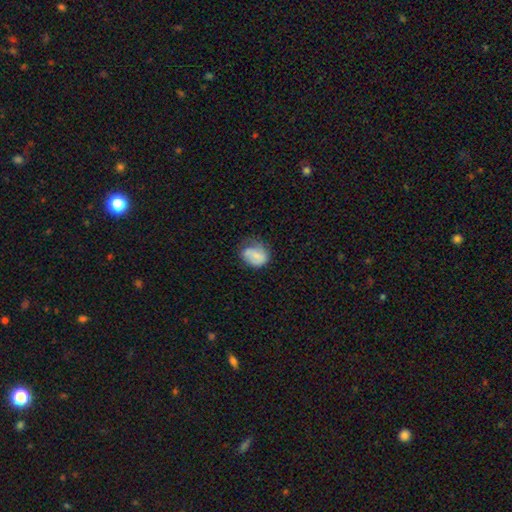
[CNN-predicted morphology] A smooth galaxy with no disk features (67%) that is in between round and cigar-shaped (52%). Merging: none (44%).